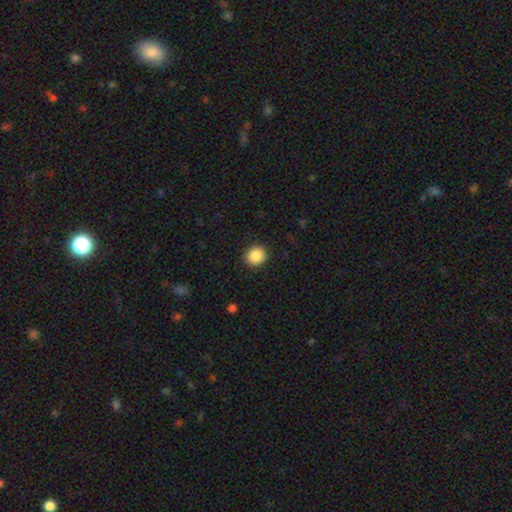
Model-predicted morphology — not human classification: A smooth galaxy with no disk features (88%) that is round (83%). Merging: none (90%).